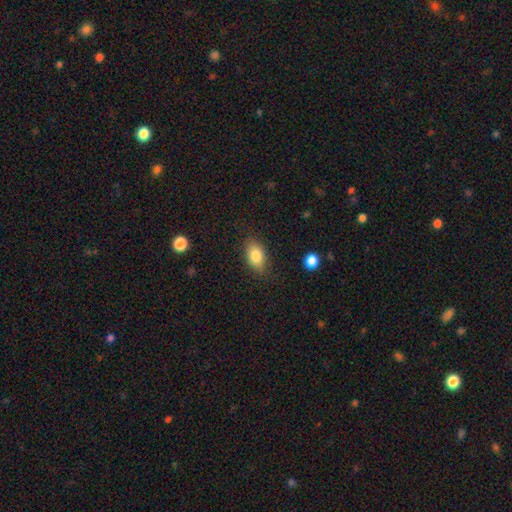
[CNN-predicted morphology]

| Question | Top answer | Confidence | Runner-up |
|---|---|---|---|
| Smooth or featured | smooth | 83% | featured or disk (9%) |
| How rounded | in between | 86% | round (11%) |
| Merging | none | 81% | minor disturbance (14%) |